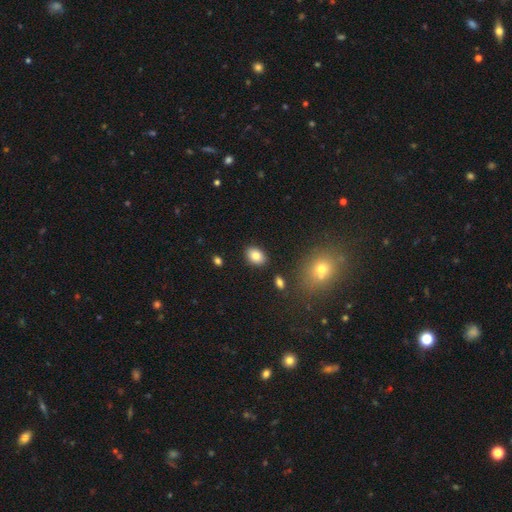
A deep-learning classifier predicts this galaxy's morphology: This is clearly a smooth galaxy (82%). How rounded: likely in between (78%). Merging: clearly none (87%).